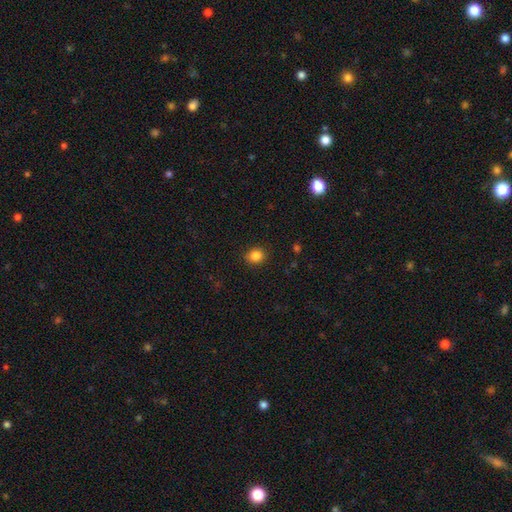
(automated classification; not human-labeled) Smooth or featured: smooth — 84% (star or artifact — 11%)
How rounded: round — 73% (in between — 26%)
Merging: none — 90% (minor disturbance — 7%)